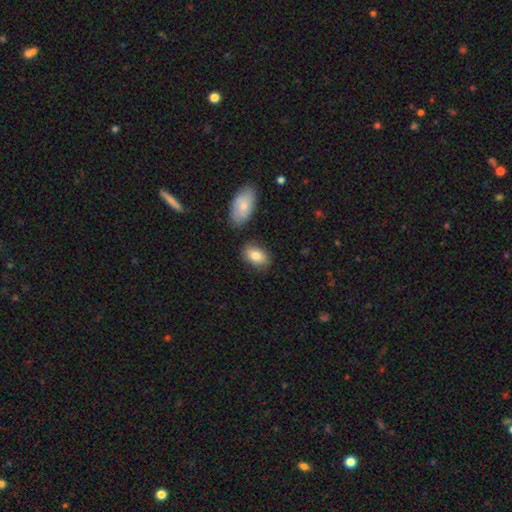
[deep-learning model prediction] A smooth galaxy with no disk features (81%) that is in between round and cigar-shaped (88%). Merging: none (78%).